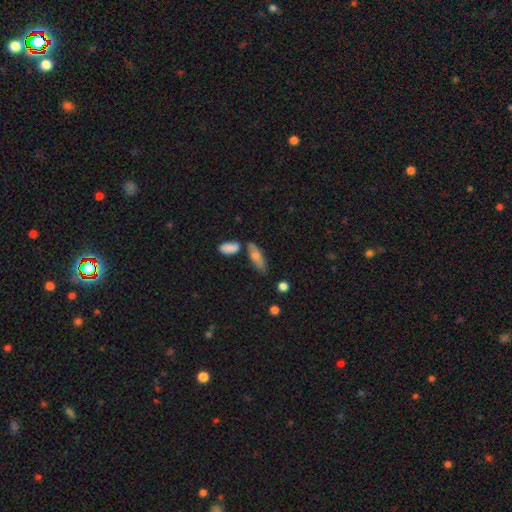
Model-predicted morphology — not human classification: smooth 69%, featured or disk 24%, star or artifact 8%. Down the decision tree: how rounded — in between (56%); merging — none (59%).